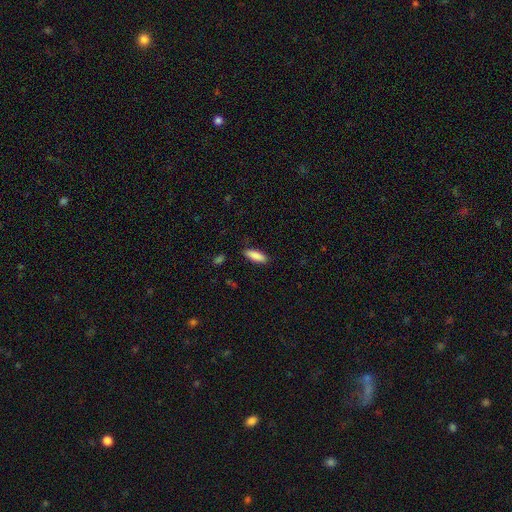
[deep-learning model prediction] Smooth or featured? Predicted: smooth (p=0.88). How rounded? Predicted: in between (p=0.63). Merging? Predicted: none (p=0.87).